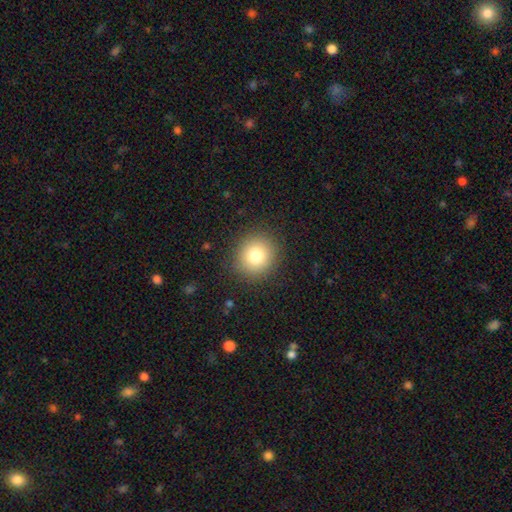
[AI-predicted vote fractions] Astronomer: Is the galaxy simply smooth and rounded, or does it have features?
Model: smooth — 79%.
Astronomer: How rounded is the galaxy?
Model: round — 87%.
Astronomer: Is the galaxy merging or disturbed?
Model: none — 89%.